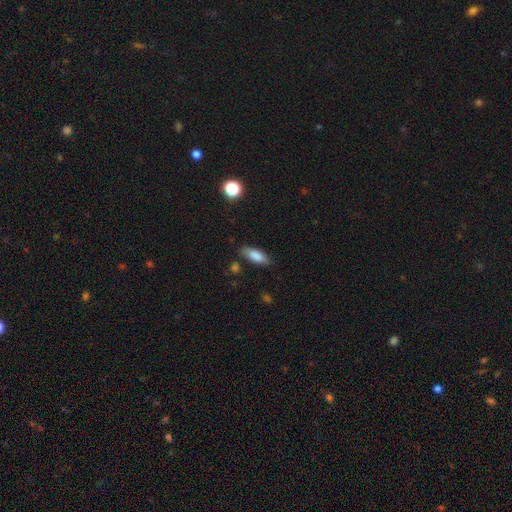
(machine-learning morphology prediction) Smooth or featured? Predicted: smooth (p=0.83). How rounded? Predicted: in between (p=0.72). Merging? Predicted: none (p=0.79).